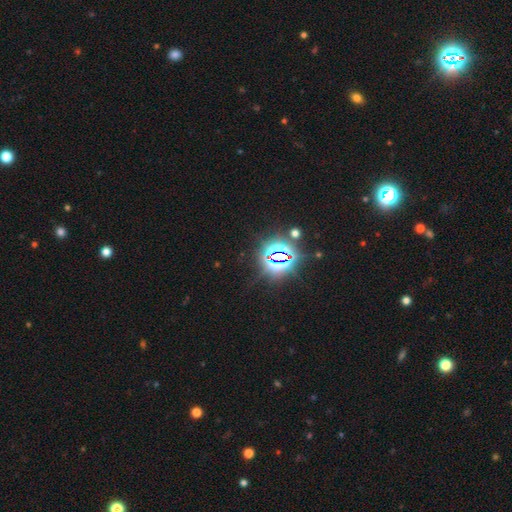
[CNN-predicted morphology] Smooth or featured? star or artifact (82%)